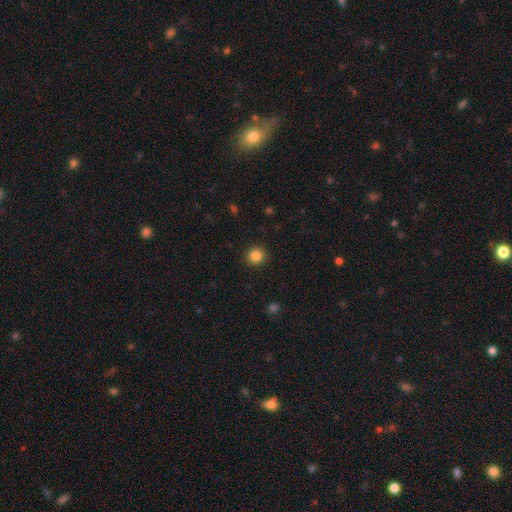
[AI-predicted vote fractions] smooth 85%, star or artifact 11%, featured or disk 4%. Down the decision tree: how rounded — round (90%); merging — none (91%).